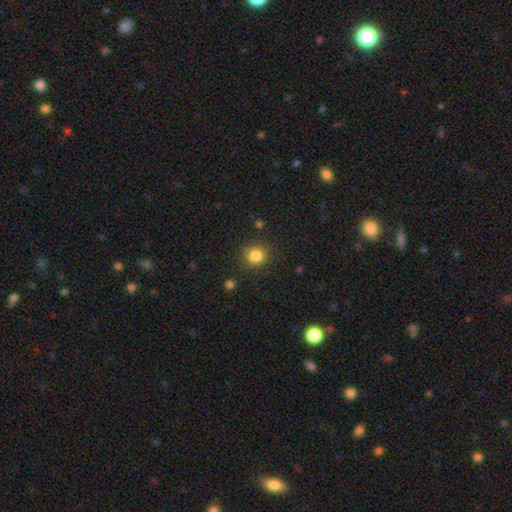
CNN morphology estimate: Overall: smooth (83%). How rounded: round (89%). Merging: none (88%).